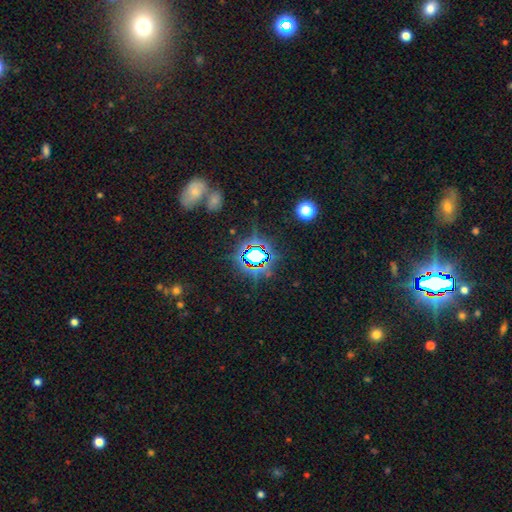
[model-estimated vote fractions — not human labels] Q: Smooth or featured?
A: star or artifact (73%); runner-up: smooth (17%)